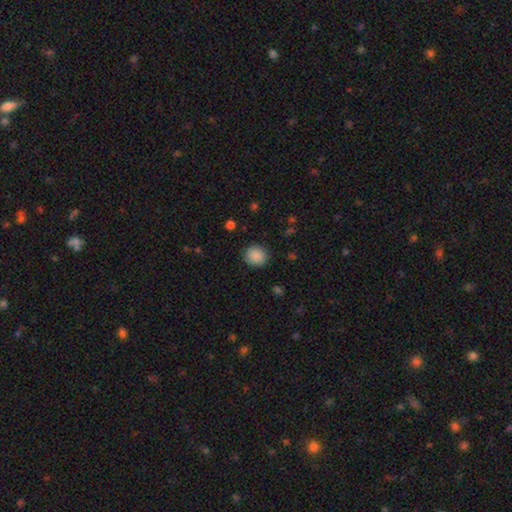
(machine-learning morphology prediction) This is clearly a smooth galaxy (88%). How rounded: clearly round (82%). Merging: clearly none (89%).